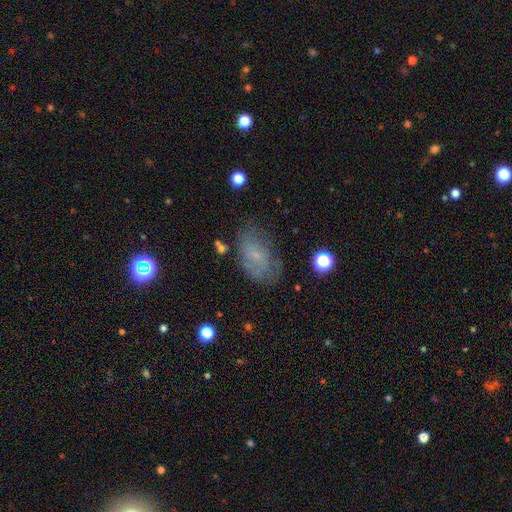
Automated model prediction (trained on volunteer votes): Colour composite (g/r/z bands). It shows a smooth galaxy with no disk features (45%). Merging: none (61%).